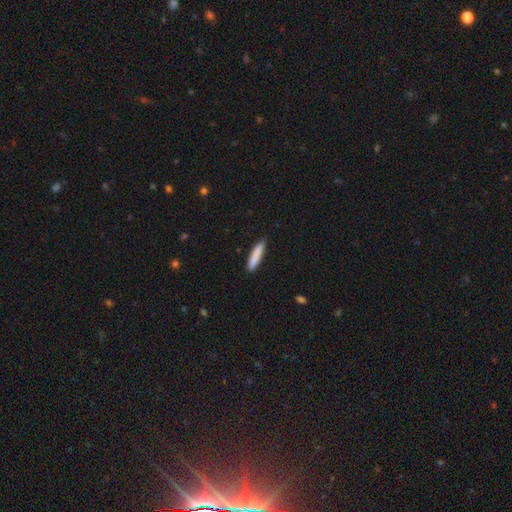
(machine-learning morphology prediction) Smooth or featured?
  - smooth: 86% *
  - featured or disk: 8%
  - star or artifact: 6%
How rounded?
  - cigar-shaped: 88% *
  - in between: 11%
  - round: 1%
Merging?
  - none: 88% *
  - minor disturbance: 9%
  - major disturbance: 2%
  - merger: 1%